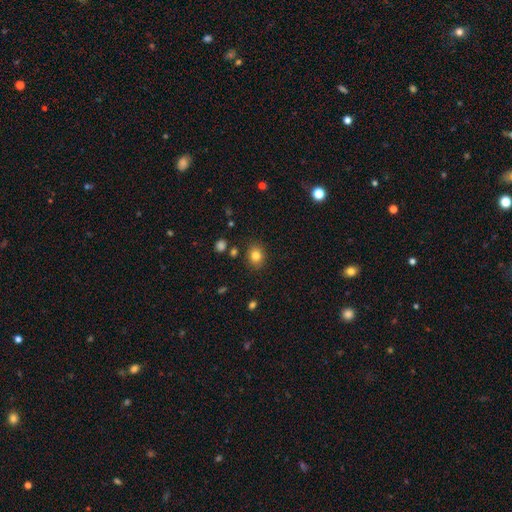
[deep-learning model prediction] This appears to be a smooth galaxy with no disk features (82%) that is round (60%). Merging: none (86%).